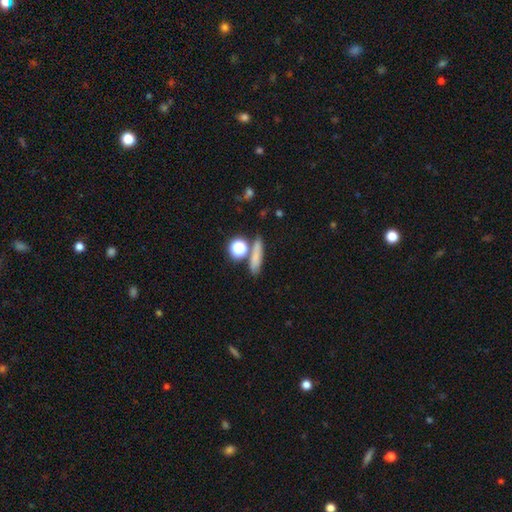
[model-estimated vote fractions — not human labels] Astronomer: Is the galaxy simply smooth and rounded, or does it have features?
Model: smooth — 73%.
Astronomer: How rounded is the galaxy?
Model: cigar-shaped — 57%.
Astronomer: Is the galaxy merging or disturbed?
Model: none — 72%.